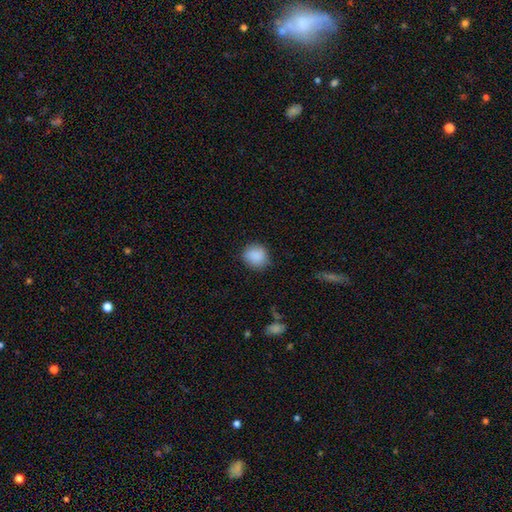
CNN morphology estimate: Smooth or featured: smooth — 88% (star or artifact — 8%)
How rounded: round — 77% (in between — 22%)
Merging: none — 84% (minor disturbance — 12%)